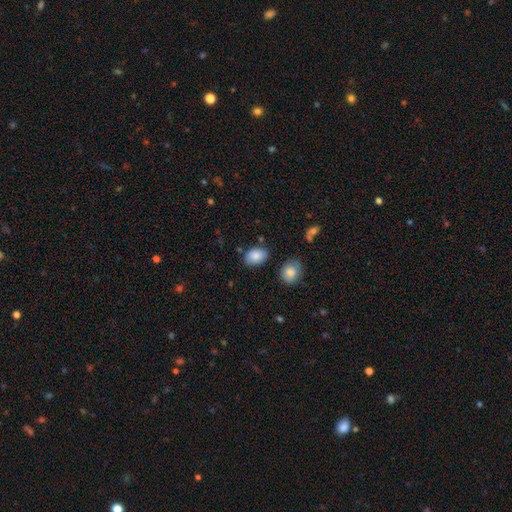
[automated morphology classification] The model was most divided on "merging": none: 79%, minor disturbance: 14%, merger: 4%, major disturbance: 3%. More confident: smooth or featured — smooth (86%); how rounded — in between (82%).